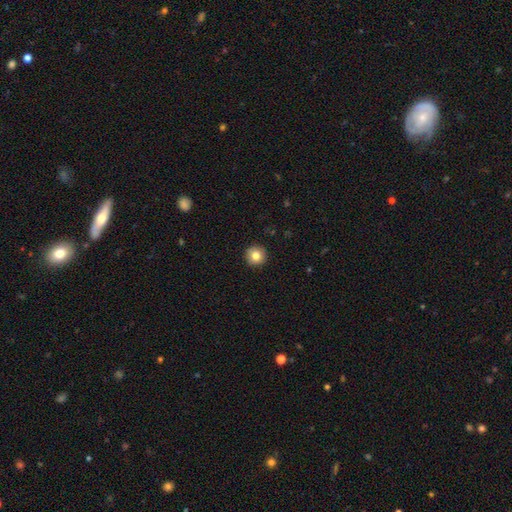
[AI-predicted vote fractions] smooth 81%, featured or disk 10%, star or artifact 9%. Down the decision tree: how rounded — round (96%); merging — none (92%).